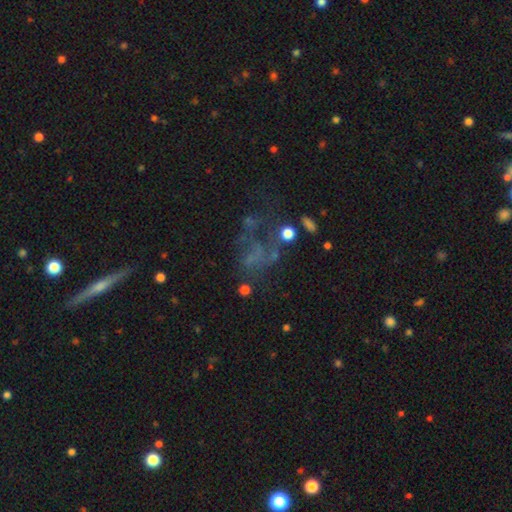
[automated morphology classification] Smooth or featured? Predicted: featured or disk (p=0.44). Merging? Predicted: major disturbance (p=0.40).